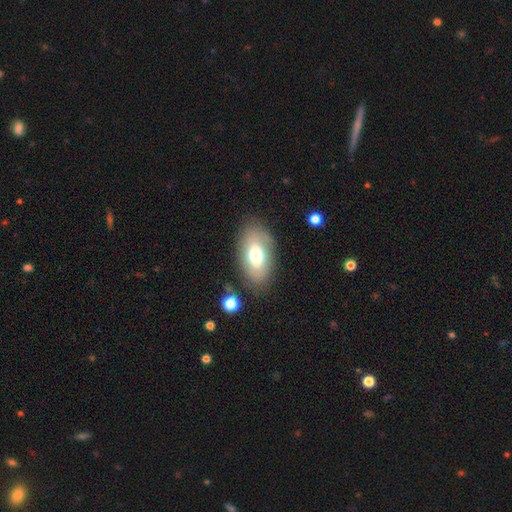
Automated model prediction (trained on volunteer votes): Q: Smooth or featured?
A: smooth (66%); runner-up: featured or disk (27%)
Q: How rounded?
A: in between (92%); runner-up: round (6%)
Q: Merging?
A: none (80%); runner-up: minor disturbance (13%)